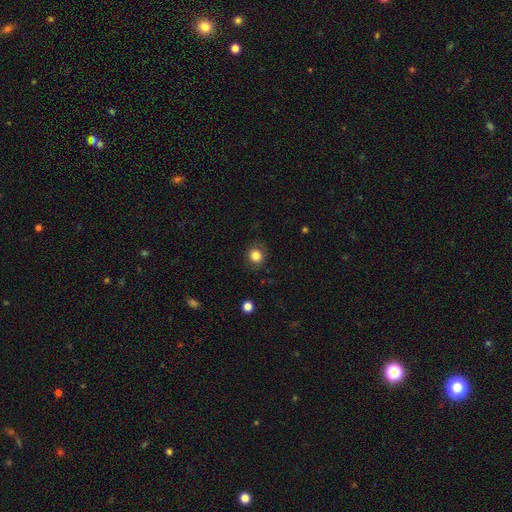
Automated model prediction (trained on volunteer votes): smooth 84%, star or artifact 11%, featured or disk 5%. Down the decision tree: how rounded — round (86%); merging — none (84%).